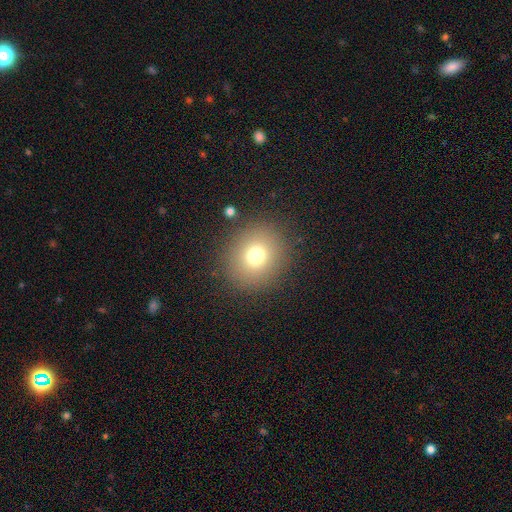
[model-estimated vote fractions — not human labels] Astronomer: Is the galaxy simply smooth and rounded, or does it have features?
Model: smooth — 73%.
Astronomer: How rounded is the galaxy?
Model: round — 84%.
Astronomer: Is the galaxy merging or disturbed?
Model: none — 87%.